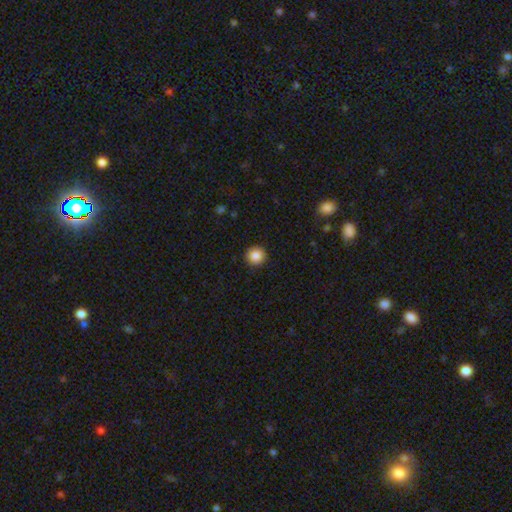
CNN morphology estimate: Smooth or featured: smooth — 87% (star or artifact — 9%)
How rounded: round — 95% (in between — 4%)
Merging: none — 92% (minor disturbance — 5%)